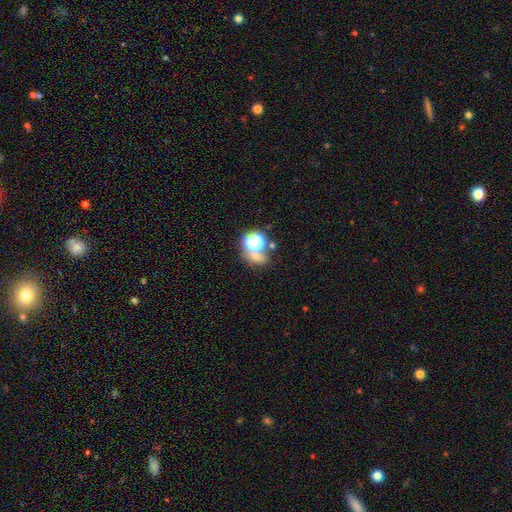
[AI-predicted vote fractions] smooth 50%, star or artifact 37%, featured or disk 13%. Down the decision tree: how rounded — round (70%); merging — none (50%).